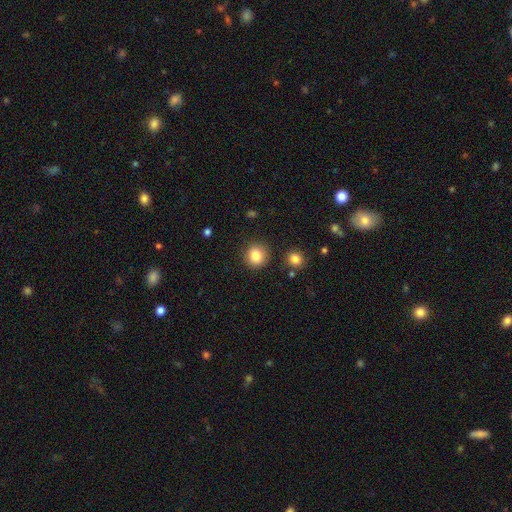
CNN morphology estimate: Smooth or featured? Predicted: smooth (p=0.85). How rounded? Predicted: round (p=0.88). Merging? Predicted: none (p=0.87).